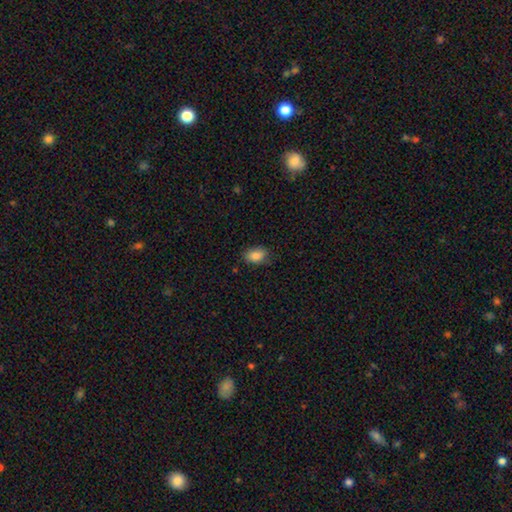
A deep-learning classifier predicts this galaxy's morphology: type=smooth (86%); roundness=in between (85%); merging=none (81%).